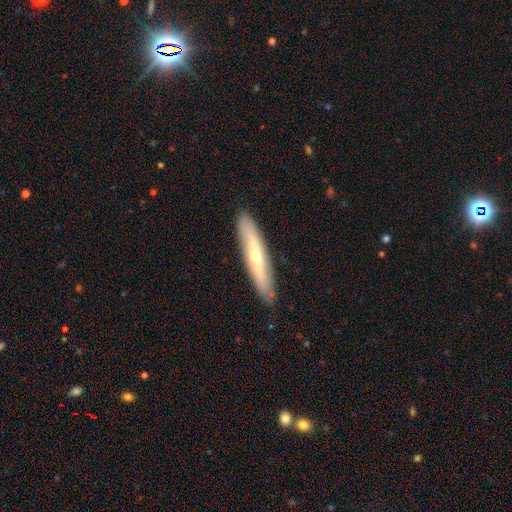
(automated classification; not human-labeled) Q: Smooth or featured?
A: featured or disk (49%); runner-up: smooth (45%)
Q: Merging?
A: none (88%); runner-up: minor disturbance (9%)